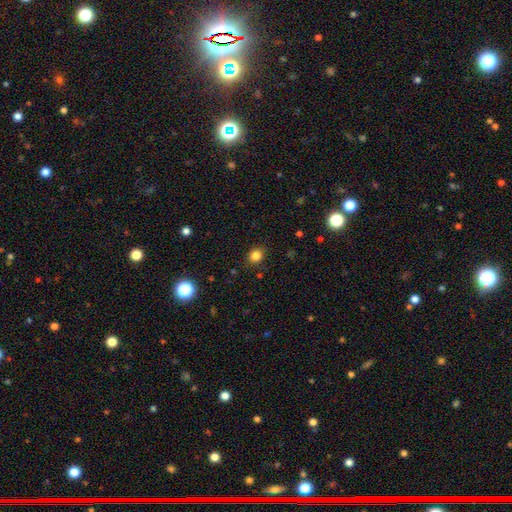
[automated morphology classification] smooth_or_featured: smooth (p=0.82) [alt: star or artifact p=0.13]
how_rounded: round (p=0.69) [alt: in between p=0.30]
merging: none (p=0.88) [alt: minor disturbance p=0.09]